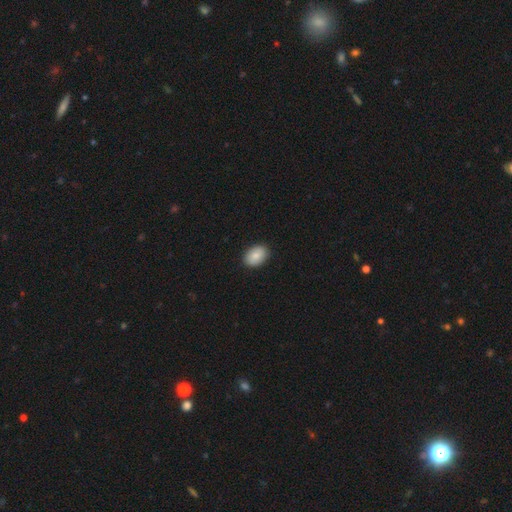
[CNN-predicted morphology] A smooth galaxy with no disk features (85%) that is in between round and cigar-shaped (83%). Merging: none (90%).